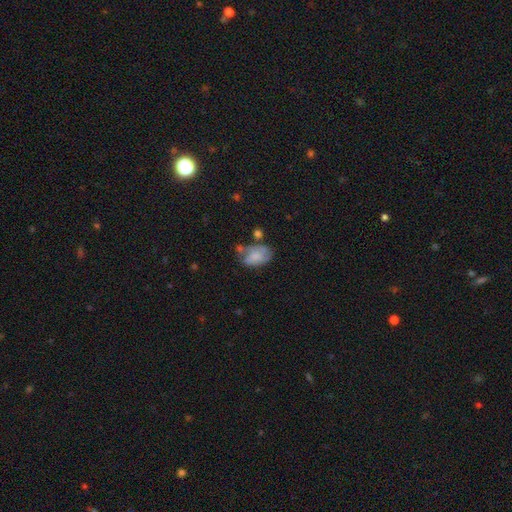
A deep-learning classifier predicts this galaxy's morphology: Smooth or featured? smooth (55%)
How rounded? in between (87%)
Merging? none (36%)